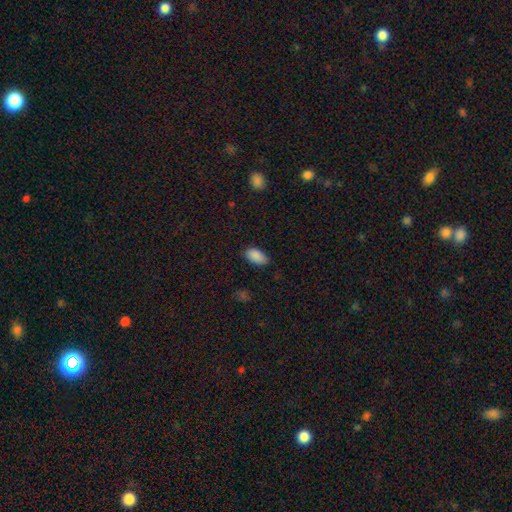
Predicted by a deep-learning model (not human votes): Q: Smooth or featured?
A: smooth (88%); runner-up: star or artifact (8%)
Q: How rounded?
A: in between (94%); runner-up: round (4%)
Q: Merging?
A: none (75%); runner-up: minor disturbance (20%)